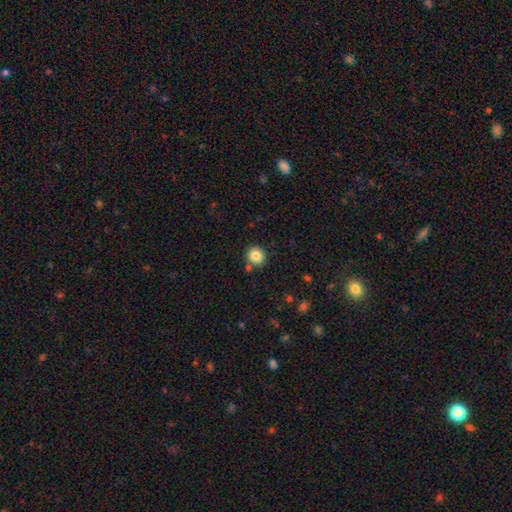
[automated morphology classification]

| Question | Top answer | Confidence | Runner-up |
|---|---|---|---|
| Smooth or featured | smooth | 84% | star or artifact (10%) |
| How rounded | round | 92% | in between (7%) |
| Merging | none | 84% | minor disturbance (8%) |